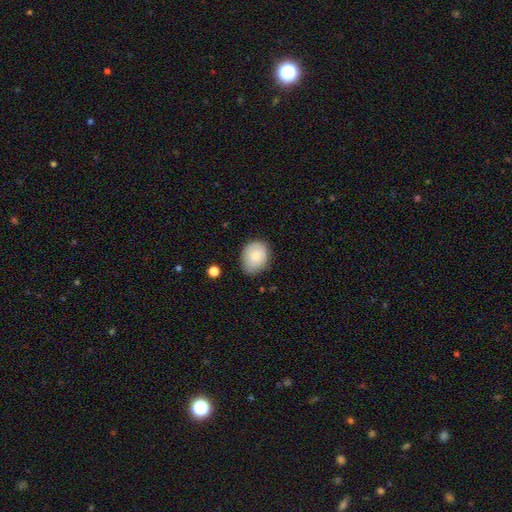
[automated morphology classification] A smooth galaxy with no disk features (73%) that is in between round and cigar-shaped (52%). Merging: none (75%).